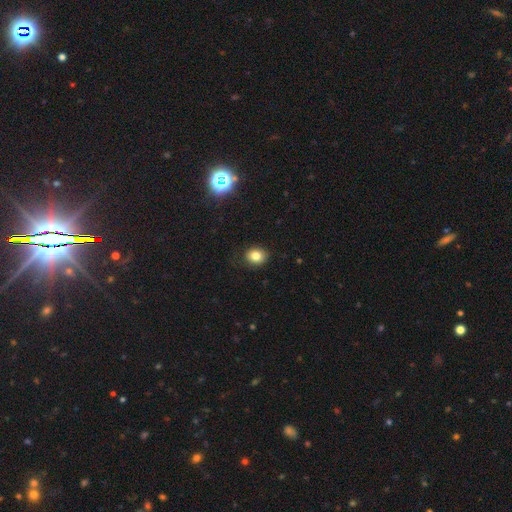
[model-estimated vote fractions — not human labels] Smooth or featured: smooth — 81% (star or artifact — 12%)
How rounded: round — 67% (in between — 33%)
Merging: none — 85% (minor disturbance — 11%)